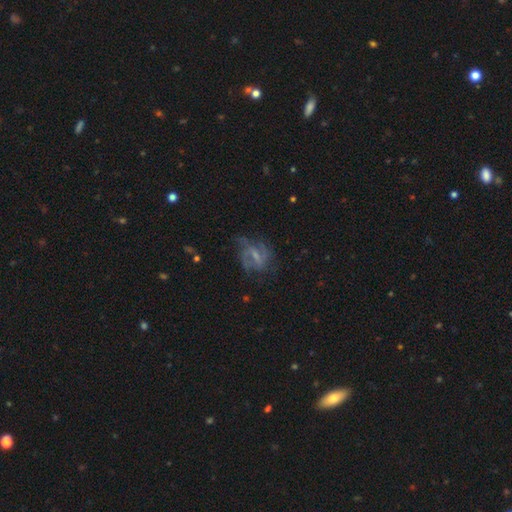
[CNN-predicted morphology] Q: Smooth or featured?
A: featured or disk (64%); runner-up: smooth (25%)
Q: Edge-on disk?
A: no (96%); runner-up: yes (4%)
Q: Bar?
A: weak (50%); runner-up: no (30%)
Q: Spiral arms?
A: yes (73%); runner-up: no (27%)
Q: Bulge size?
A: small (48%); runner-up: moderate (26%)
Q: Merging?
A: none (48%); runner-up: major disturbance (26%)